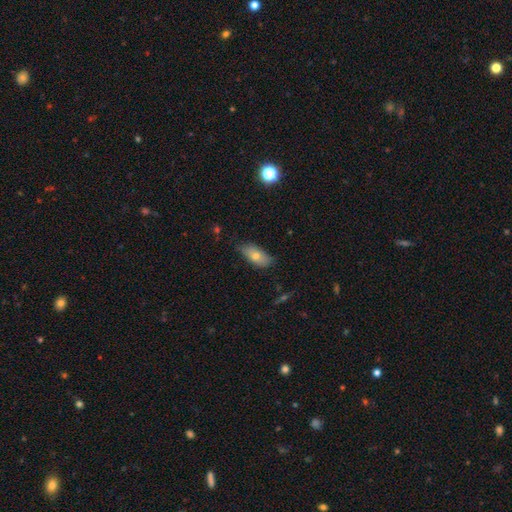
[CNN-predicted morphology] Smooth or featured: smooth — 69% (featured or disk — 22%)
How rounded: in between — 83% (cigar-shaped — 13%)
Merging: none — 73% (minor disturbance — 22%)